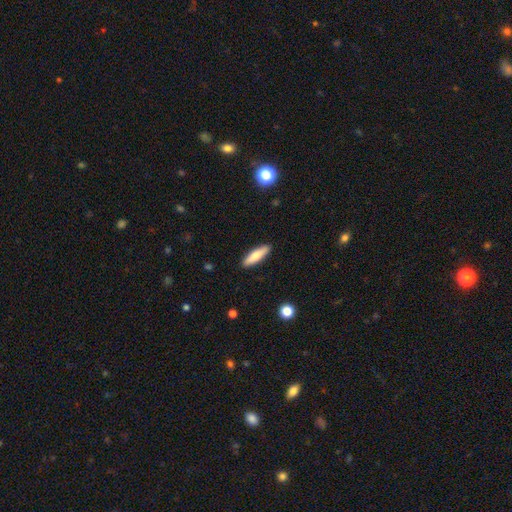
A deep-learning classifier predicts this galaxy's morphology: Smooth or featured? Predicted: smooth (p=0.74). How rounded? Predicted: cigar-shaped (p=0.70). Merging? Predicted: none (p=0.90).